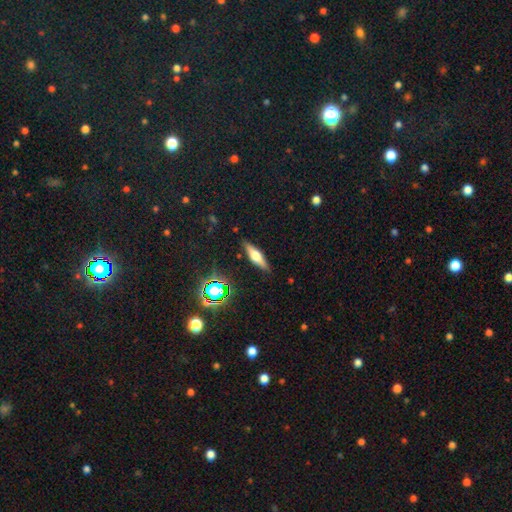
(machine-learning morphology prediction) featured or disk 46%, smooth 44%, star or artifact 10%. Down the decision tree: merging — none (86%).